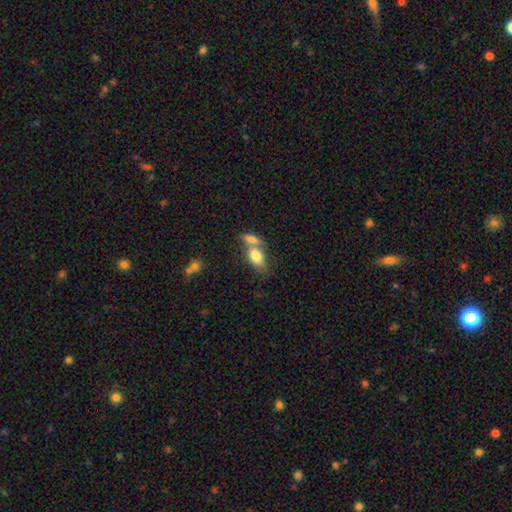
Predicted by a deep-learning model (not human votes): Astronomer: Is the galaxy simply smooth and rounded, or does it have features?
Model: smooth — 79%.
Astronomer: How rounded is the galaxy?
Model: in between — 84%.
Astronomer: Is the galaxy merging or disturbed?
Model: merger — 52% (runner-up: none, 33%).